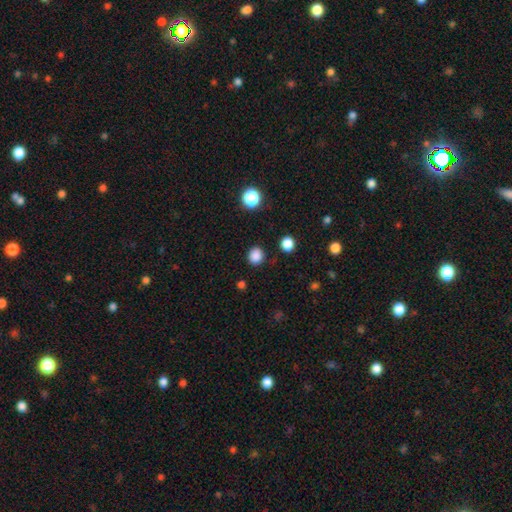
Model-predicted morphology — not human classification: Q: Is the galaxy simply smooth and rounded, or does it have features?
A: smooth — 85%.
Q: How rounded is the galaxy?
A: round — 84%.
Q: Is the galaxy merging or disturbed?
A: none — 88%.